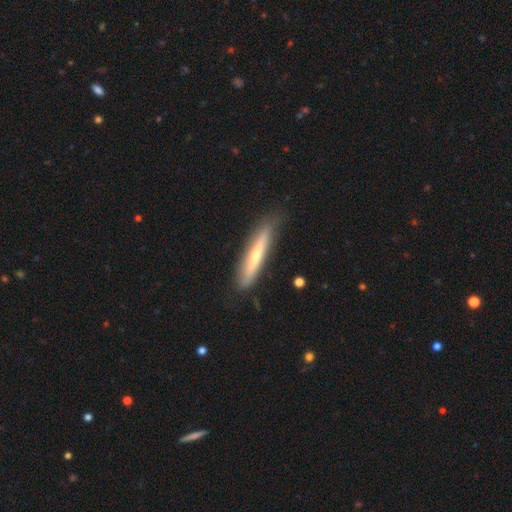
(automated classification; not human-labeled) Smooth or featured? featured or disk (51%)
Edge-on disk? yes (85%)
Merging? none (82%)